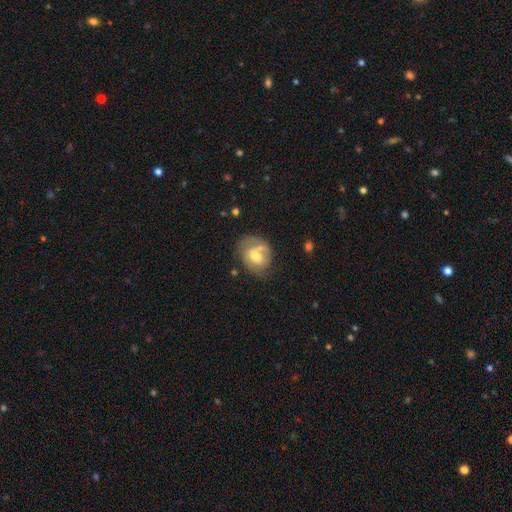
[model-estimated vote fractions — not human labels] Morphology: type=featured or disk (52%); edge-on=no (96%); merging=none (48%).